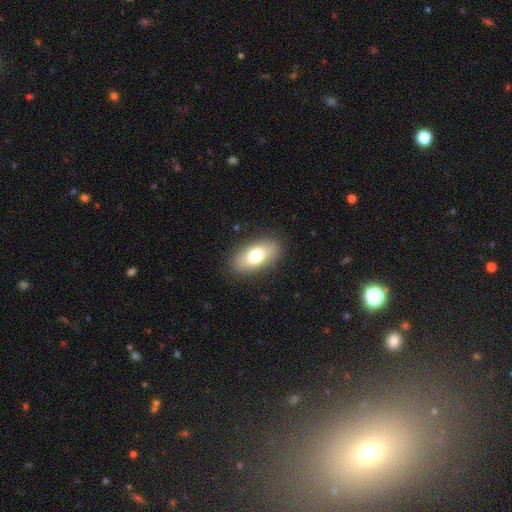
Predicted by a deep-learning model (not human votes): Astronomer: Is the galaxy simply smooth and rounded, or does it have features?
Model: smooth — 74%.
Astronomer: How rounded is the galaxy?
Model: in between — 90%.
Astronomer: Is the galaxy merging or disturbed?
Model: none — 86%.